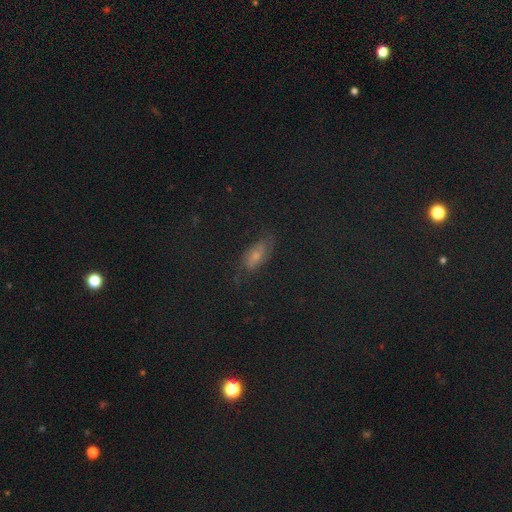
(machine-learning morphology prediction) smooth_or_featured: smooth (p=0.42) [alt: star or artifact p=0.33]
merging: none (p=0.69) [alt: minor disturbance p=0.20]